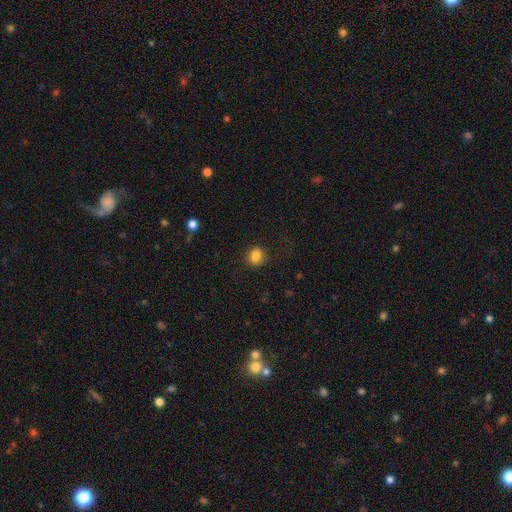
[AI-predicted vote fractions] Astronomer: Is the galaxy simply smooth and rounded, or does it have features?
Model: smooth — 85%.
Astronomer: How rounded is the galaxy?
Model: round — 57% (runner-up: in between, 42%).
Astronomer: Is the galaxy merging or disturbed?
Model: none — 80%.